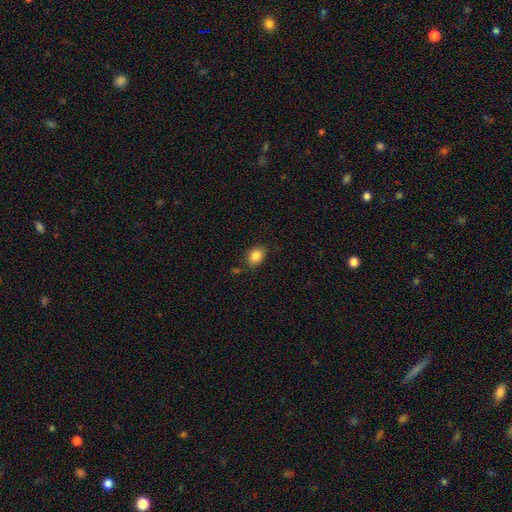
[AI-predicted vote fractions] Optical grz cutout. It shows a smooth galaxy with no disk features (85%) that is in between round and cigar-shaped (67%). Merging: none (81%).